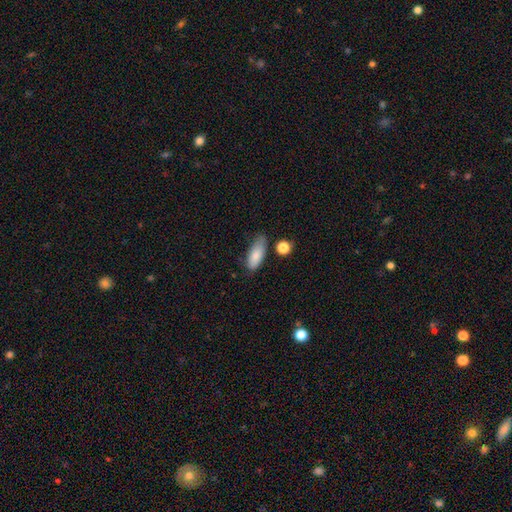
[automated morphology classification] The model was most divided on "merging": none: 60%, minor disturbance: 28%, major disturbance: 6%, merger: 5%. More confident: smooth or featured — smooth (84%); how rounded — in between (78%).